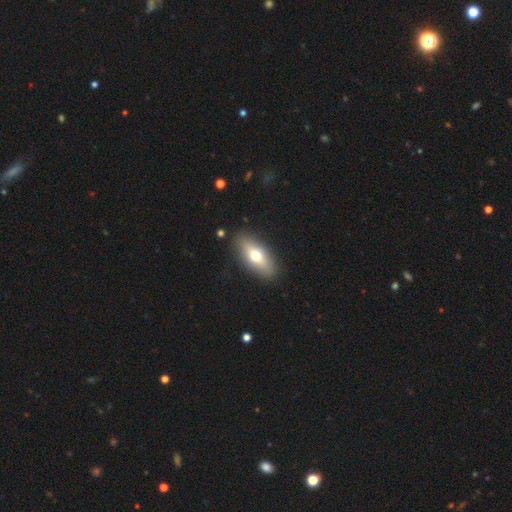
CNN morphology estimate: The model was most divided on "smooth or featured": smooth: 65%, featured or disk: 29%, star or artifact: 7%. More confident: merging — none (87%); how rounded — in between (75%).